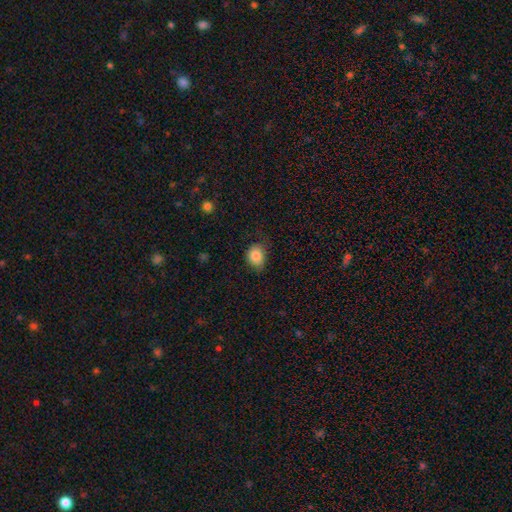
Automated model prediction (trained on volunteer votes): Smooth or featured? smooth (84%)
How rounded? round (50%)
Merging? none (59%)